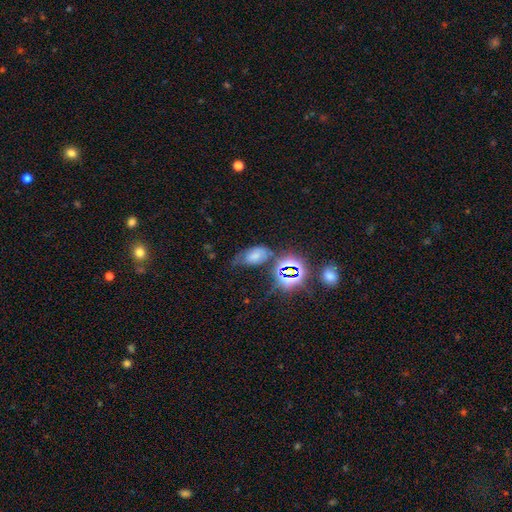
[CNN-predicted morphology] smooth-or-featured: smooth: 53% | star or artifact: 28% | featured or disk: 19%
  how-rounded: in between: 89% | round: 9% | cigar-shaped: 2%
  merging: none: 43% | minor disturbance: 33% | major disturbance: 16% | merger: 8%